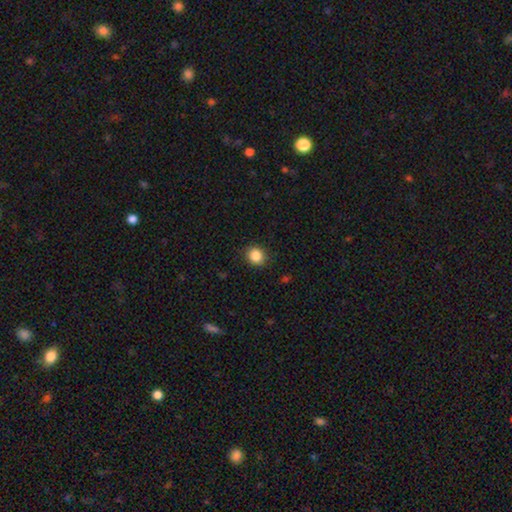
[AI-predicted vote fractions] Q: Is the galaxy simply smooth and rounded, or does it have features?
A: smooth — 86%.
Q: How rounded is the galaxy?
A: round — 80%.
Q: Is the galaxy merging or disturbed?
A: none — 89%.